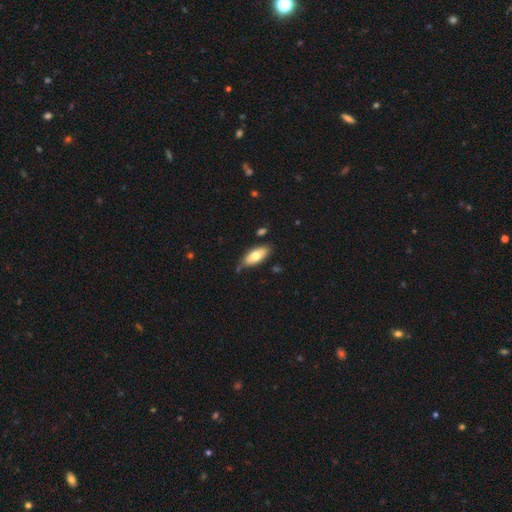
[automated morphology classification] smooth 70%, featured or disk 24%, star or artifact 6%. Down the decision tree: how rounded — in between (83%); merging — none (78%).